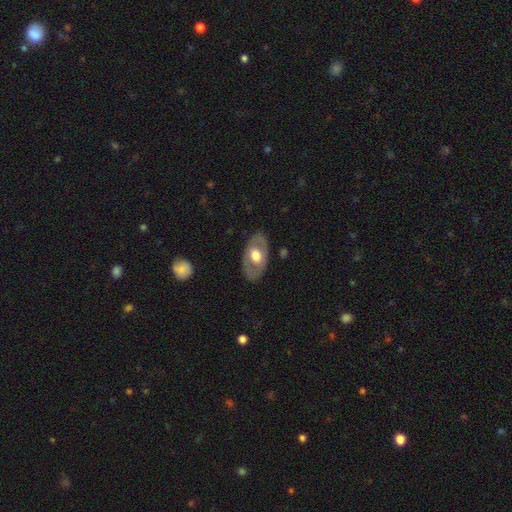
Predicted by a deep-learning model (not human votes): A featured or disk galaxy (52%).

Vote fractions:
- Smooth or featured? featured or disk: 52% / smooth: 43% / star or artifact: 5%
- Edge-on disk? no: 86% / yes: 14%
- Merging? none: 82% / minor disturbance: 12% / major disturbance: 4% / merger: 1%